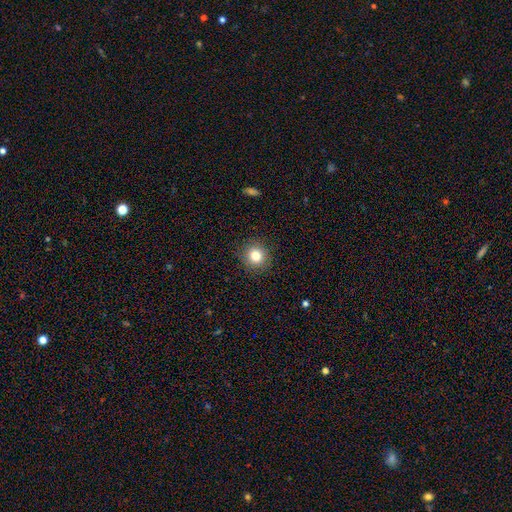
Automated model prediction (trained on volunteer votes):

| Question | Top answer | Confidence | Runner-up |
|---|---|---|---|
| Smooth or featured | smooth | 81% | star or artifact (12%) |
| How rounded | round | 91% | in between (8%) |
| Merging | none | 90% | minor disturbance (6%) |